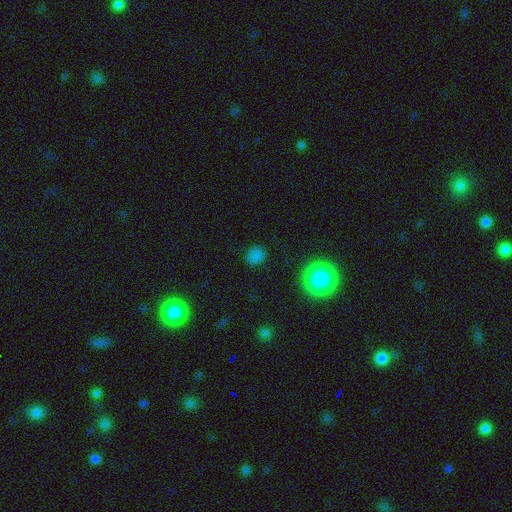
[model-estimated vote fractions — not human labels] This is likely a smooth galaxy (74%). How rounded: likely round (77%). Merging: clearly none (86%).